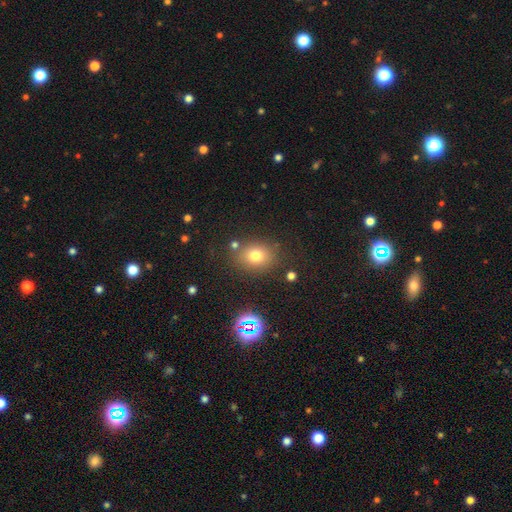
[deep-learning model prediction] Smooth or featured: smooth — 74% (star or artifact — 16%)
How rounded: round — 58% (in between — 41%)
Merging: none — 79% (minor disturbance — 11%)